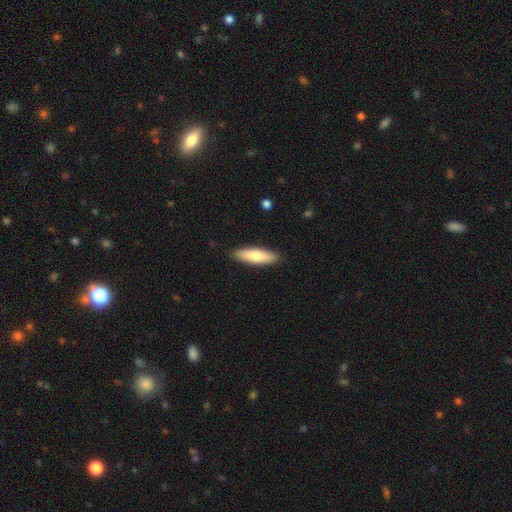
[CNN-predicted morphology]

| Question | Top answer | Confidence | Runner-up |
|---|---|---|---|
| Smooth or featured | smooth | 74% | featured or disk (21%) |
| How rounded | cigar-shaped | 56% | in between (42%) |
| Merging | none | 89% | minor disturbance (8%) |